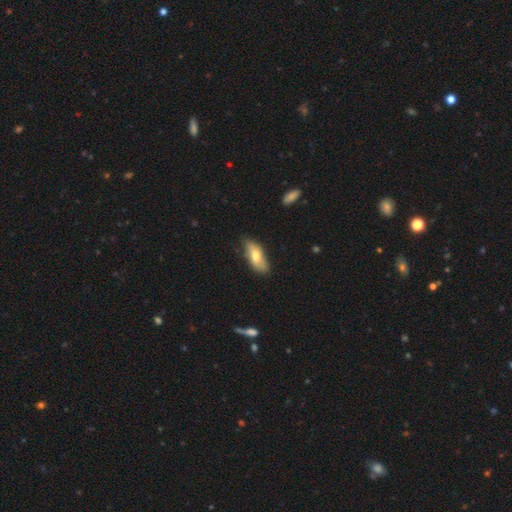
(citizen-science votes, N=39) Volunteers were most divided on "merging": none: 69%, minor disturbance: 22%, major disturbance: 6%, merger: 3%. More confident: how rounded — in between (97%); smooth or featured — smooth (74%).